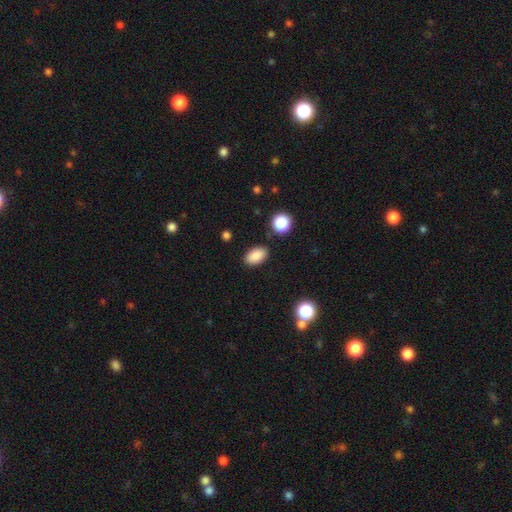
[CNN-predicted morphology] Smooth or featured? Predicted: smooth (p=0.87). How rounded? Predicted: in between (p=0.91). Merging? Predicted: none (p=0.86).